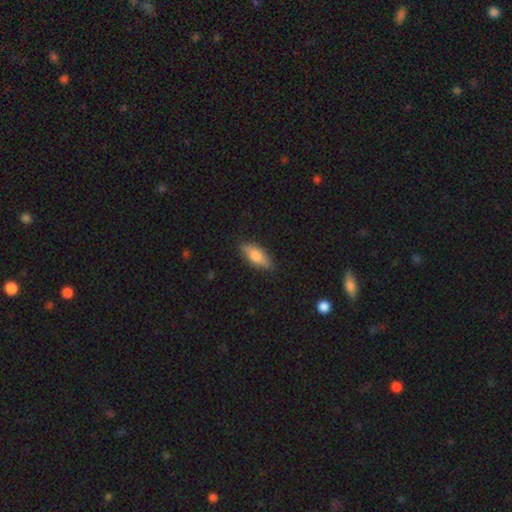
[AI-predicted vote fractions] Smooth or featured?
  - smooth: 73% *
  - featured or disk: 21%
  - star or artifact: 6%
How rounded?
  - in between: 73% *
  - cigar-shaped: 24%
  - round: 3%
Merging?
  - none: 85% *
  - minor disturbance: 12%
  - major disturbance: 2%
  - merger: 1%